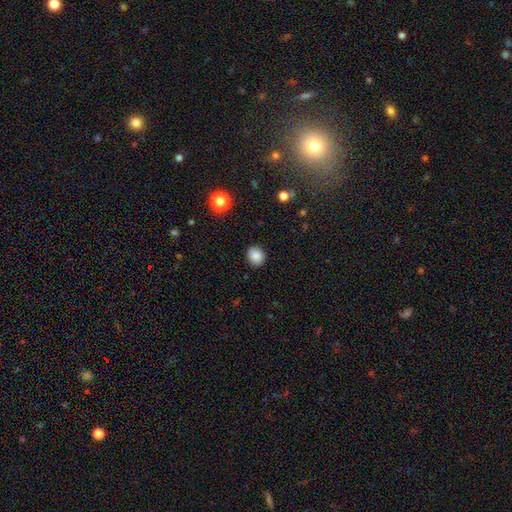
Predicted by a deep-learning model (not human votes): Overall: smooth (87%). How rounded: round (71%). Merging: none (89%).